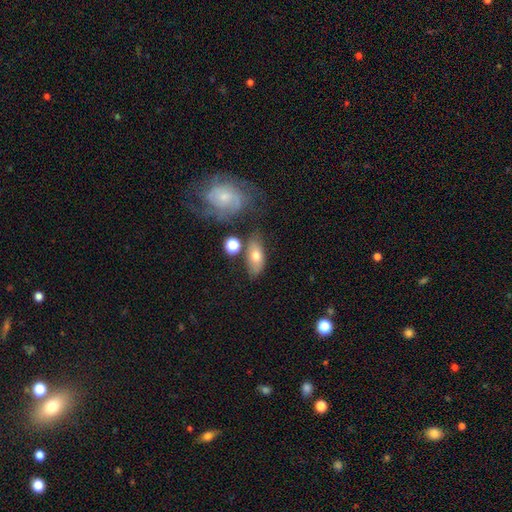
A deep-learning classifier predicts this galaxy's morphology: Smooth or featured?
  - smooth: 65% *
  - featured or disk: 26%
  - star or artifact: 9%
How rounded?
  - in between: 83% *
  - round: 9%
  - cigar-shaped: 8%
Merging?
  - none: 62% *
  - minor disturbance: 18%
  - merger: 12%
  - major disturbance: 7%